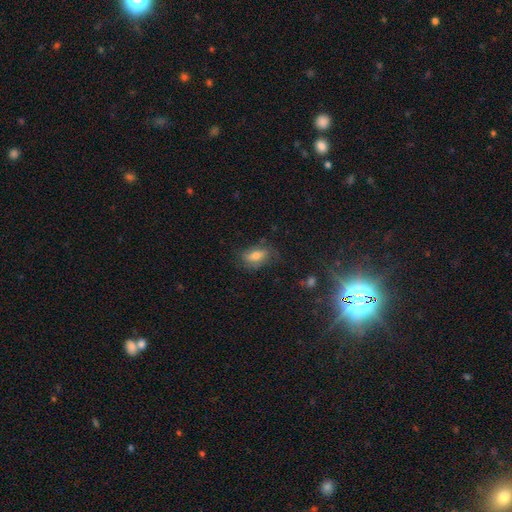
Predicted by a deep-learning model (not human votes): Smooth or featured?
  - smooth: 67% *
  - featured or disk: 23%
  - star or artifact: 10%
How rounded?
  - in between: 84% *
  - cigar-shaped: 9%
  - round: 7%
Merging?
  - none: 66% *
  - minor disturbance: 23%
  - major disturbance: 9%
  - merger: 2%